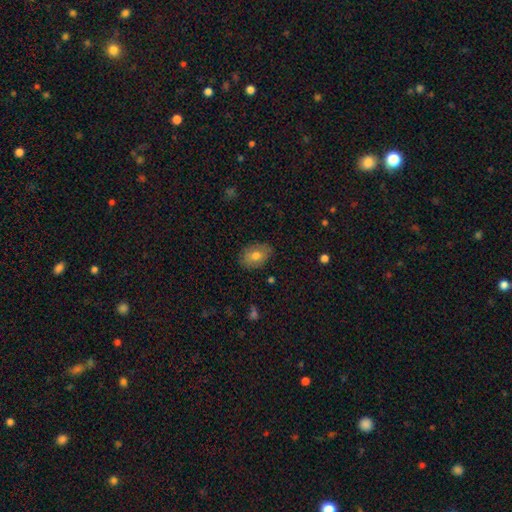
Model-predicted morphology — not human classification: Smooth or featured?
  - smooth: 74% *
  - featured or disk: 18%
  - star or artifact: 8%
How rounded?
  - in between: 77% *
  - round: 22%
  - cigar-shaped: 1%
Merging?
  - none: 84% *
  - minor disturbance: 13%
  - major disturbance: 3%
  - merger: 1%